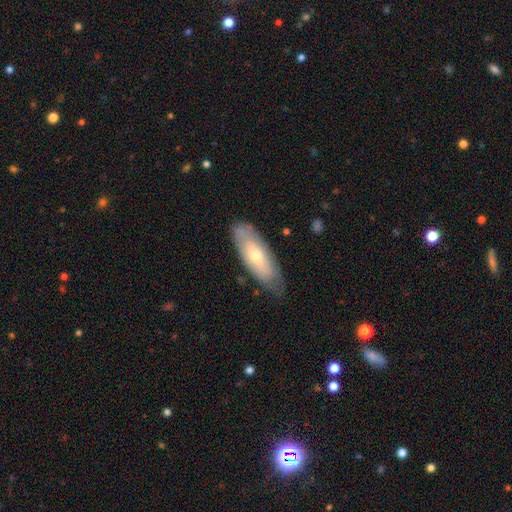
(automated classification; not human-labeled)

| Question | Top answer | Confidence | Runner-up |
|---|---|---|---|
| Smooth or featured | smooth | 51% | featured or disk (43%) |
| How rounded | in between | 69% | cigar-shaped (29%) |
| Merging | none | 72% | minor disturbance (22%) |